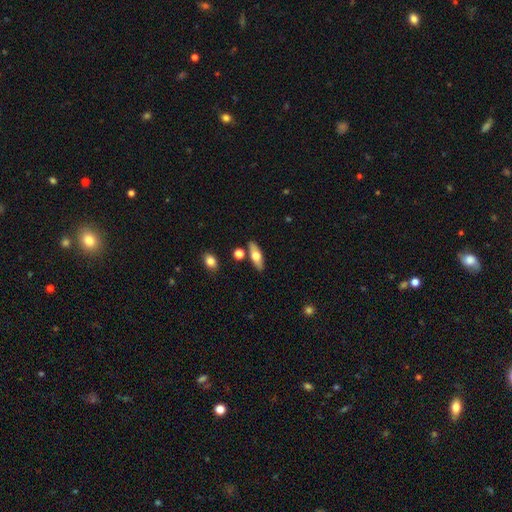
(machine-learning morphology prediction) A smooth galaxy with no disk features (57%) that is in between round and cigar-shaped (59%).

Vote fractions:
- Smooth or featured? smooth: 57% / featured or disk: 37% / star or artifact: 6%
- How rounded? in between: 59% / cigar-shaped: 37% / round: 4%
- Merging? none: 82% / minor disturbance: 10% / merger: 6% / major disturbance: 2%